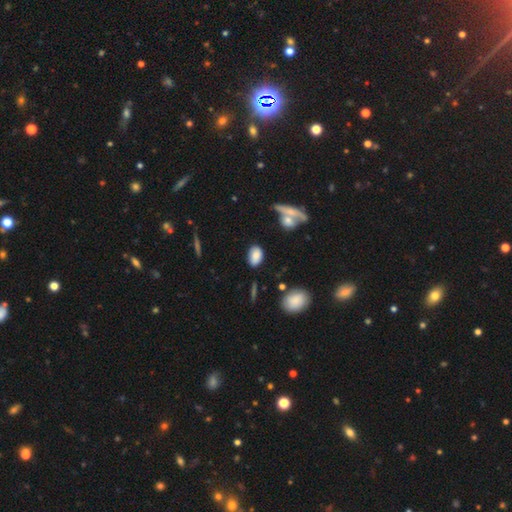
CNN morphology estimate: Overall: smooth (82%). How rounded: in between (88%). Merging: none (78%).